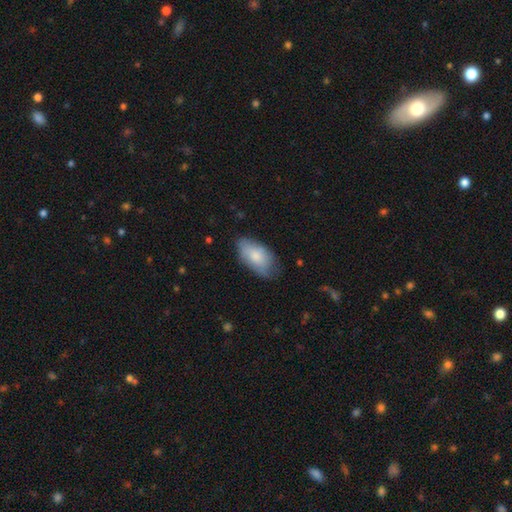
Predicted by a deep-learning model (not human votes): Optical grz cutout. It shows a smooth galaxy with no disk features (77%) that is in between round and cigar-shaped (94%). Merging: none (62%).